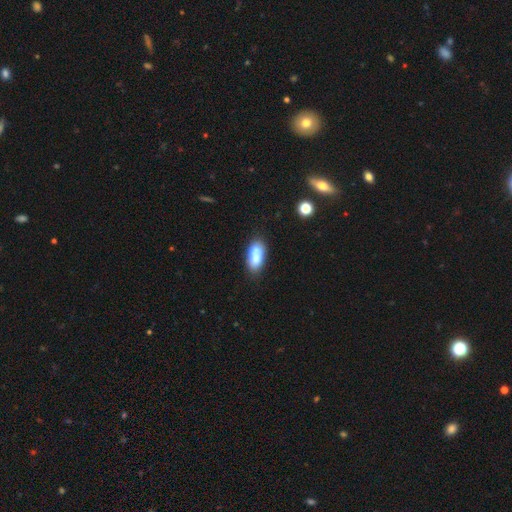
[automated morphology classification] smooth-or-featured: smooth: 74% | featured or disk: 18% | star or artifact: 8%
  how-rounded: in between: 85% | cigar-shaped: 11% | round: 4%
  merging: none: 56% | merger: 21% | minor disturbance: 18% | major disturbance: 5%